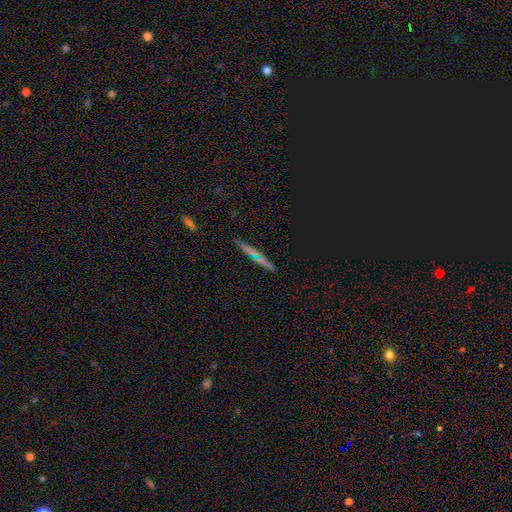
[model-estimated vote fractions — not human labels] Smooth or featured?
  - smooth: 51% *
  - featured or disk: 31%
  - star or artifact: 18%
How rounded?
  - cigar-shaped: 89% *
  - in between: 7%
  - round: 4%
Merging?
  - none: 87% *
  - minor disturbance: 9%
  - major disturbance: 2%
  - merger: 2%